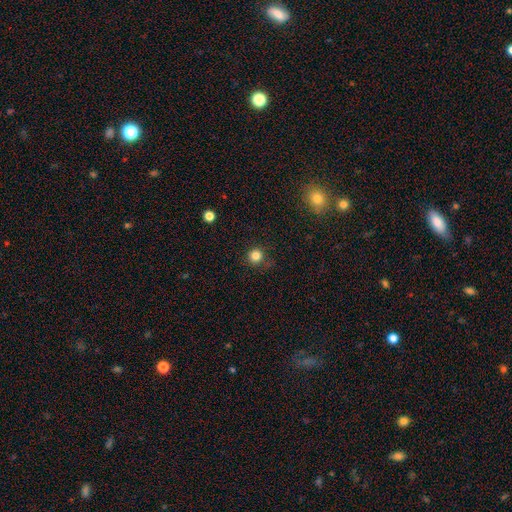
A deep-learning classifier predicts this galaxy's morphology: A smooth galaxy with no disk features (83%) that is round (94%).

Vote fractions:
- Smooth or featured? smooth: 83% / star or artifact: 13% / featured or disk: 4%
- How rounded? round: 94% / in between: 5% / cigar-shaped: 1%
- Merging? none: 86% / minor disturbance: 10% / major disturbance: 3% / merger: 1%